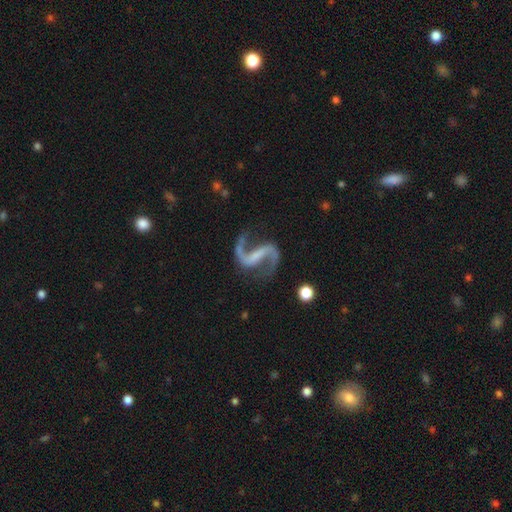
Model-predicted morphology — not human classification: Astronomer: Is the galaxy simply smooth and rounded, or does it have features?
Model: featured or disk — 92%.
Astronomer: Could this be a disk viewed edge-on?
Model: no — 98%.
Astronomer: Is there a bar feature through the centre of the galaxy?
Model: strong — 54% (runner-up: weak, 32%).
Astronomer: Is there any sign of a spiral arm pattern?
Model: yes — 98%.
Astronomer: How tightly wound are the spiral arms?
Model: loose — 59% (runner-up: medium, 36%).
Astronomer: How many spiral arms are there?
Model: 2 — 94%.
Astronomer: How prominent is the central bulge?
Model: none — 52% (runner-up: small, 34%).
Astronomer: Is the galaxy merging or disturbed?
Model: none — 74%.